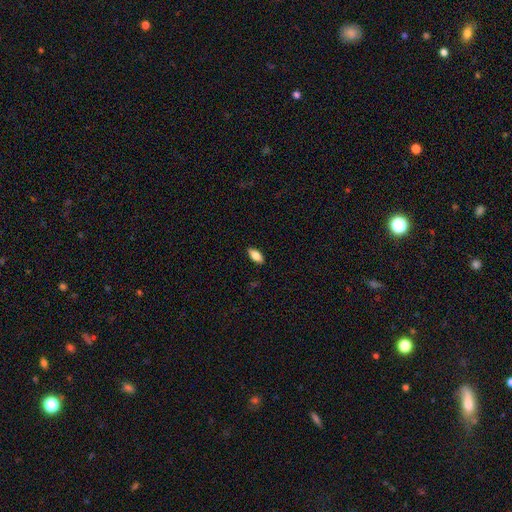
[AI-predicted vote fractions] Smooth or featured?
  - smooth: 81% *
  - featured or disk: 12%
  - star or artifact: 7%
How rounded?
  - in between: 85% *
  - cigar-shaped: 13%
  - round: 2%
Merging?
  - none: 88% *
  - minor disturbance: 10%
  - major disturbance: 2%
  - merger: 1%